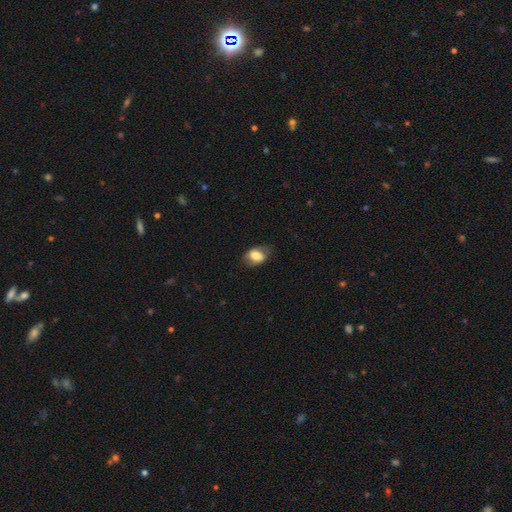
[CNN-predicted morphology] smooth 70%, featured or disk 22%, star or artifact 8%. Down the decision tree: how rounded — in between (80%); merging — none (68%).